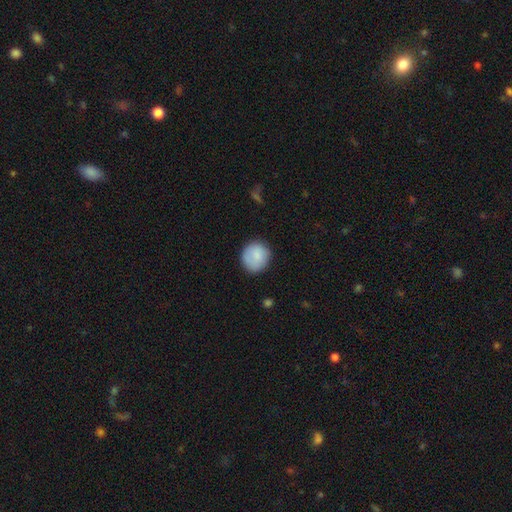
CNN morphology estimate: A smooth galaxy with no disk features (85%) that is round (89%).

Vote fractions:
- Smooth or featured? smooth: 85% / featured or disk: 8% / star or artifact: 7%
- How rounded? round: 89% / in between: 10% / cigar-shaped: 1%
- Merging? none: 84% / minor disturbance: 12% / major disturbance: 3% / merger: 1%